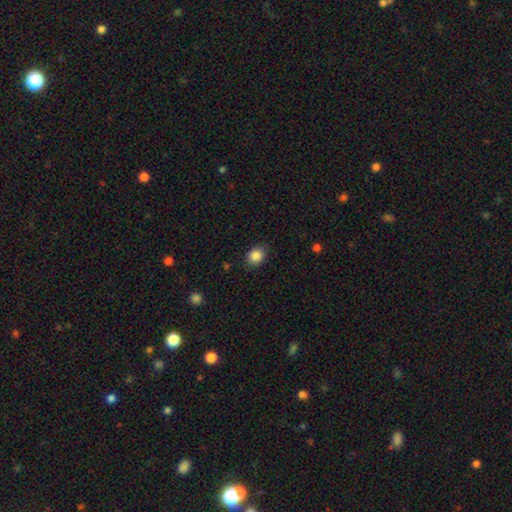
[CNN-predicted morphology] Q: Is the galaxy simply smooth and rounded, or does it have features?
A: smooth — 86%.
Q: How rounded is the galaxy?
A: round — 59%.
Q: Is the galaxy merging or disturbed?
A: none — 85%.